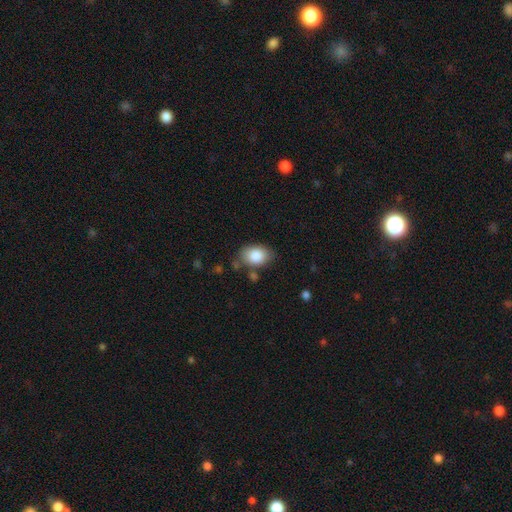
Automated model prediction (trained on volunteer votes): Smooth or featured? smooth (86%)
How rounded? in between (81%)
Merging? none (71%)